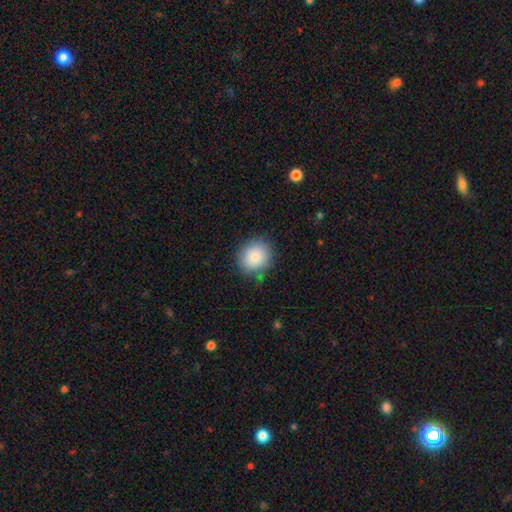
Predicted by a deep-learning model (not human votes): A smooth galaxy with no disk features (86%) that is round (82%). Merging: none (83%).